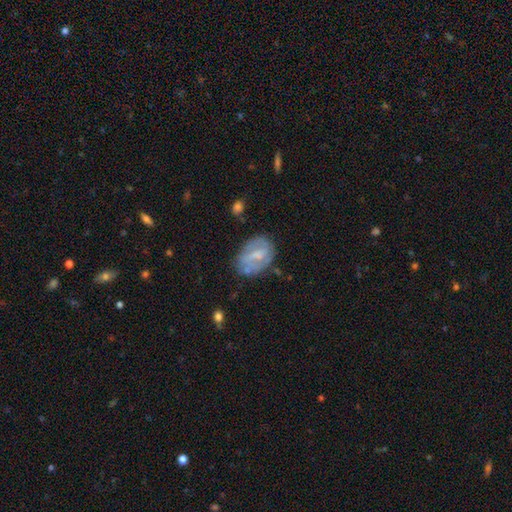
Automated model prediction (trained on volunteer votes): The model was most divided on "bulge size": moderate: 37%, small: 33%, none: 24%, large: 5%, dominant: 1%. Remaining: edge-on disk — no (96%); merging — none (62%); spiral arms — yes (54%); smooth or featured — featured or disk (53%); bar — weak (49%).